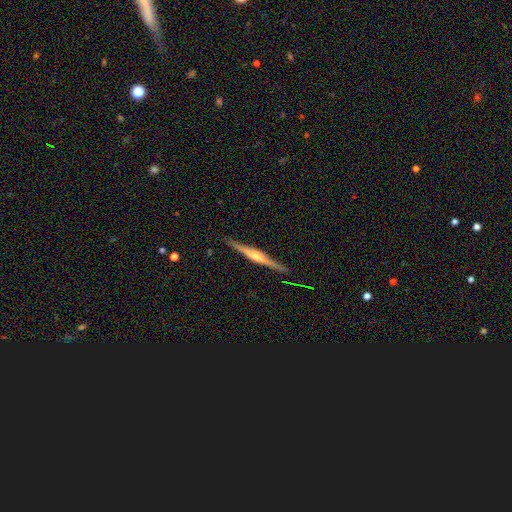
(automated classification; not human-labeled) This appears to be a featured or disk galaxy (82%) viewed edge-on (98%) with a rounded central bulge (83%). Merging: none (90%).